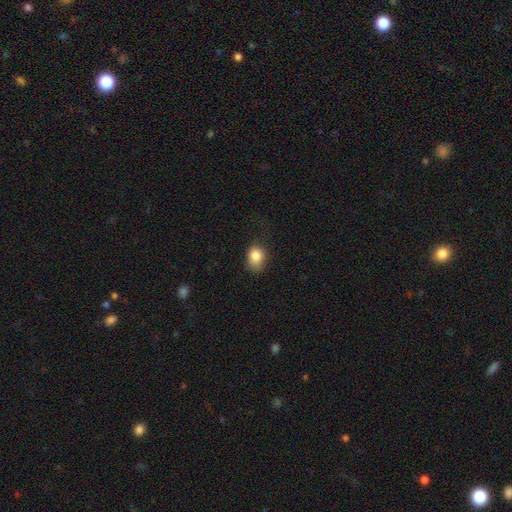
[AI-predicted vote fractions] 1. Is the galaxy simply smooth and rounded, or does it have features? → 83% smooth, 10% star or artifact, 7% featured or disk.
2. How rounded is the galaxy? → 54% in between, 45% round, 1% cigar-shaped.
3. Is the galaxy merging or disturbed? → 62% none, 27% minor disturbance, 9% major disturbance, 1% merger.